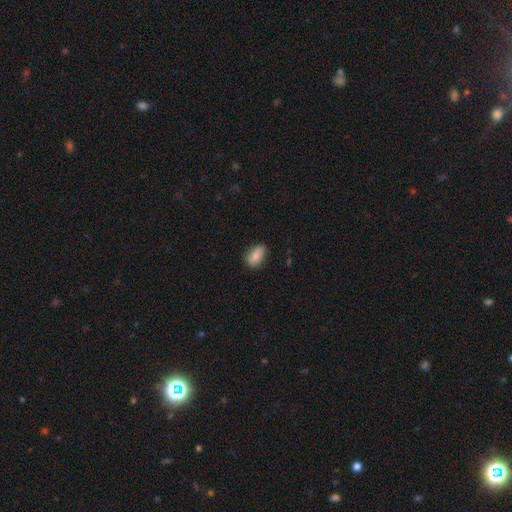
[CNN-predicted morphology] Smooth or featured? smooth (78%)
How rounded? in between (88%)
Merging? none (73%)